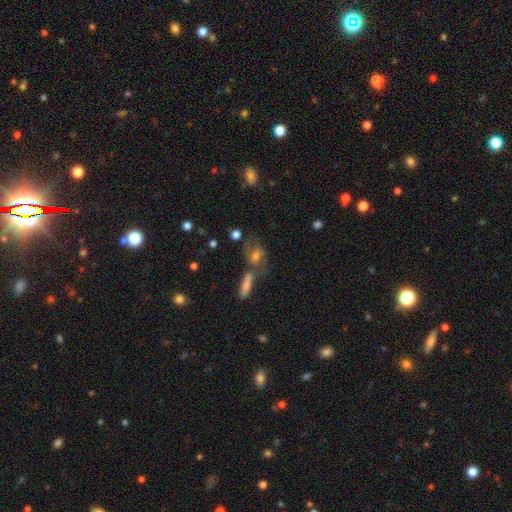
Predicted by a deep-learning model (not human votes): A smooth galaxy with no disk features (59%) that is in between round and cigar-shaped (65%). Merging: none (45%).